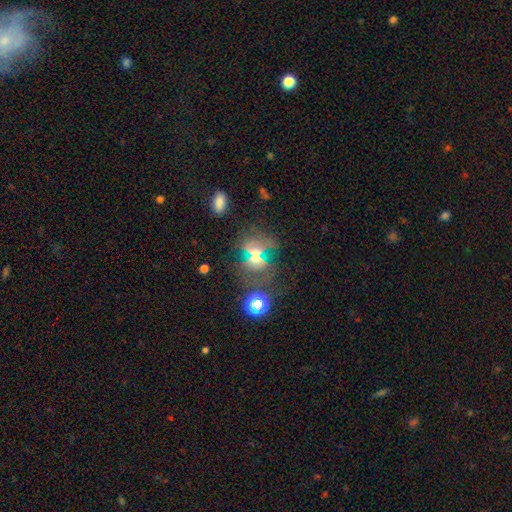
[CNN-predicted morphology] smooth_or_featured: star or artifact (p=0.38) [alt: smooth p=0.35]